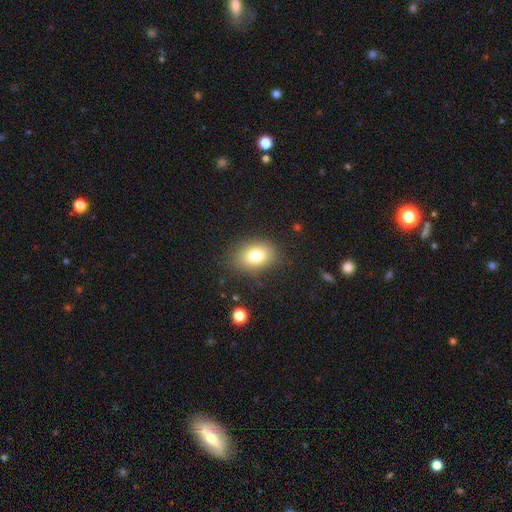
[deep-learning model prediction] Overall: smooth (80%). How rounded: in between (75%). Merging: none (83%).